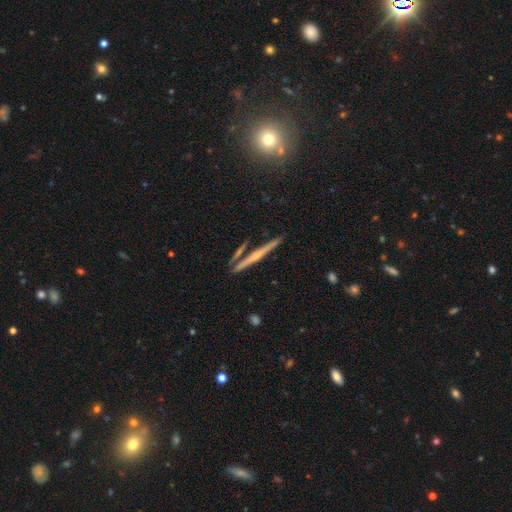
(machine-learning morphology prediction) Smooth or featured: featured or disk — 66% (smooth — 26%)
Edge-on disk: yes — 97% (no — 3%)
Edge-on bulge: rounded — 60% (none — 32%)
Merging: none — 82% (minor disturbance — 8%)